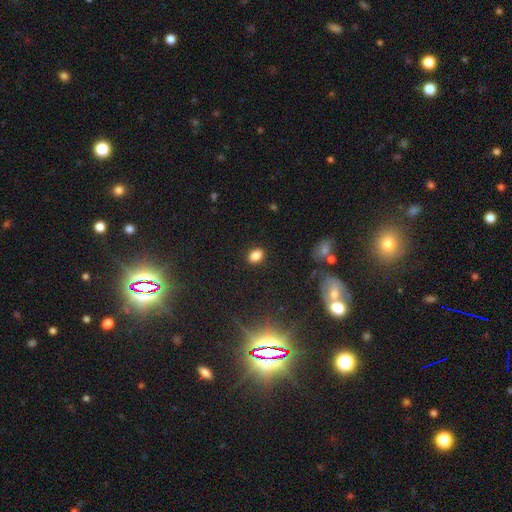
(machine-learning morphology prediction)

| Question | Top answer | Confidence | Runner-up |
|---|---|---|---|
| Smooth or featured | smooth | 84% | star or artifact (10%) |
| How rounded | in between | 74% | round (24%) |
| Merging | none | 88% | minor disturbance (9%) |